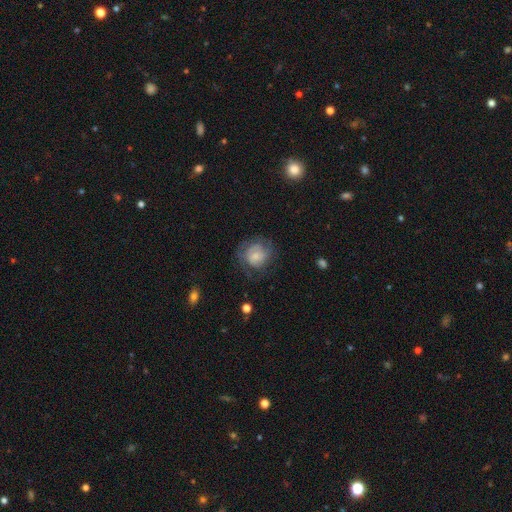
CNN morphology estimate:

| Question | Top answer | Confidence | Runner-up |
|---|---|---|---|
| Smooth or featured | featured or disk | 48% | smooth (44%) |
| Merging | none | 61% | minor disturbance (22%) |